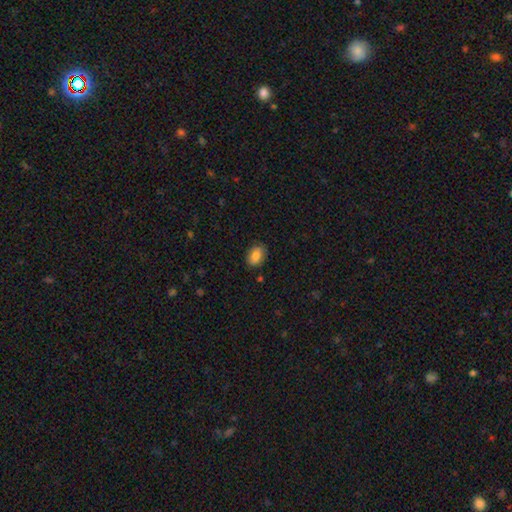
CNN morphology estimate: Smooth or featured? Predicted: smooth (p=0.83). How rounded? Predicted: in between (p=0.85). Merging? Predicted: none (p=0.82).